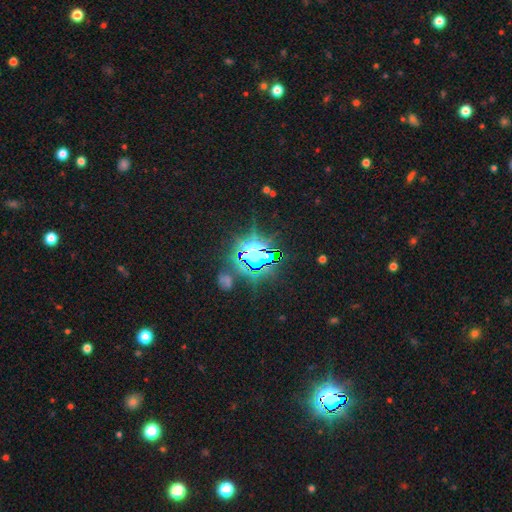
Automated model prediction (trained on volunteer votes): Morphology: type=star or artifact (84%).